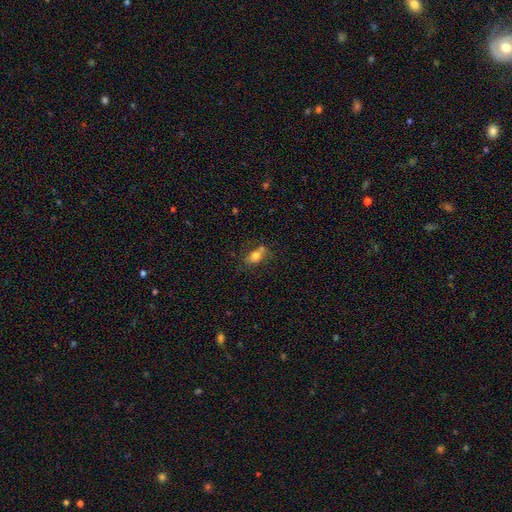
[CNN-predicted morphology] smooth_or_featured: smooth (p=0.75) [alt: featured or disk p=0.14]
how_rounded: in between (p=0.71) [alt: round p=0.25]
merging: none (p=0.55) [alt: merger p=0.20]